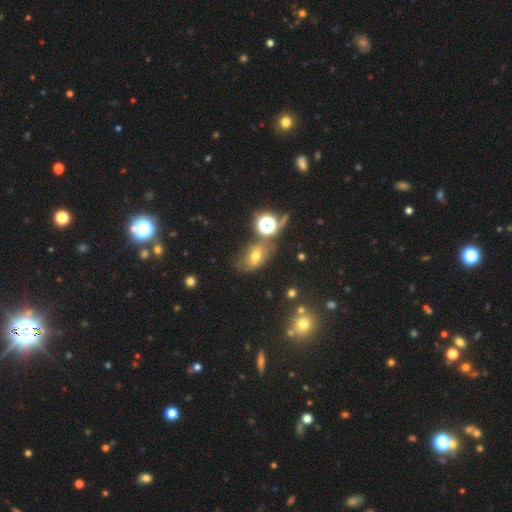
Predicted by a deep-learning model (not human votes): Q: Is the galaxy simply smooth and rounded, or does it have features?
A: smooth — 50%.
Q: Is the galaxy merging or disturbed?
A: none — 56%.